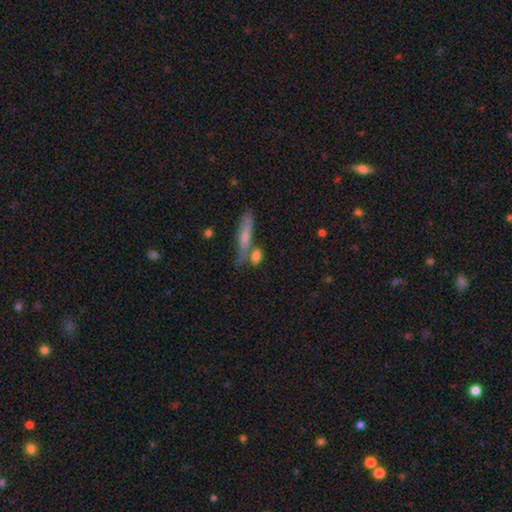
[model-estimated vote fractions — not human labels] A smooth galaxy with no disk features (77%) that is in between round and cigar-shaped (49%).

Vote fractions:
- Smooth or featured? smooth: 77% / featured or disk: 14% / star or artifact: 9%
- How rounded? in between: 49% / cigar-shaped: 32% / round: 20%
- Merging? none: 55% / merger: 26% / minor disturbance: 14% / major disturbance: 6%